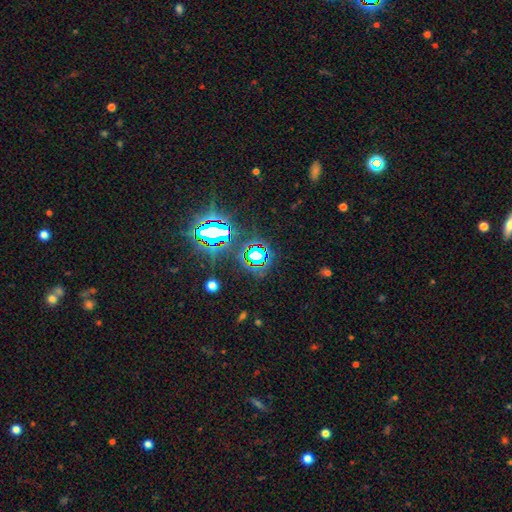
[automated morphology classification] This appears to be a star or artifact, not a galaxy (75%).